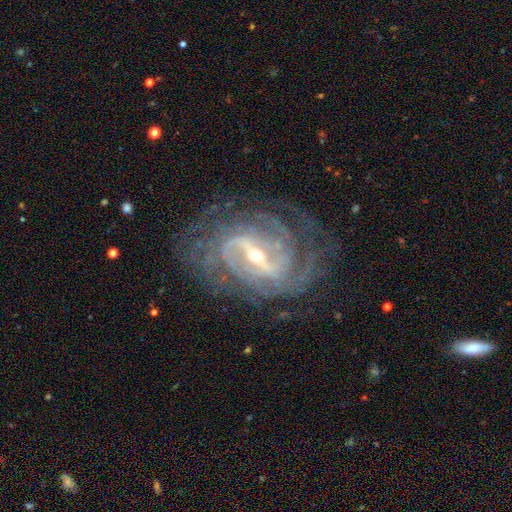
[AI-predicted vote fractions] smooth-or-featured: featured or disk: 91% | star or artifact: 6% | smooth: 3%
  disk-edge-on: no: 96% | yes: 4%
    bar: strong: 65% | weak: 28% | no: 8%
    has-spiral-arms: yes: 97% | no: 3%
      spiral-winding: tight: 65% | medium: 28% | loose: 7%
      spiral-arm-count: 4: 24% | can't tell: 23% | 2: 17% | 3: 16% | more than 4: 12% | 1: 7%
    bulge-size: small: 58% | moderate: 38% | large: 2% | none: 1% | dominant: 1%
  merging: none: 77% | minor disturbance: 14% | major disturbance: 8% | merger: 1%